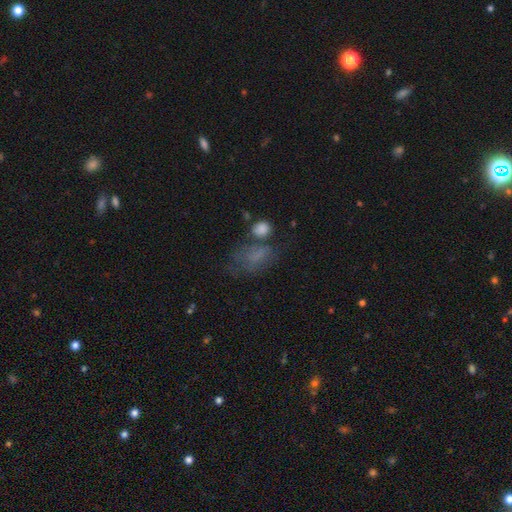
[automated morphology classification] This appears to be a smooth galaxy with no disk features (55%) that is in between round and cigar-shaped (77%). Merging: none (36%).